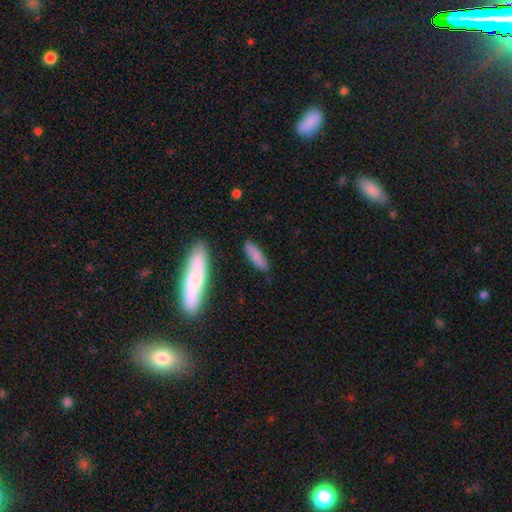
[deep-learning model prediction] Q: Smooth or featured?
A: smooth (80%); runner-up: featured or disk (13%)
Q: How rounded?
A: cigar-shaped (53%); runner-up: in between (45%)
Q: Merging?
A: none (81%); runner-up: minor disturbance (13%)